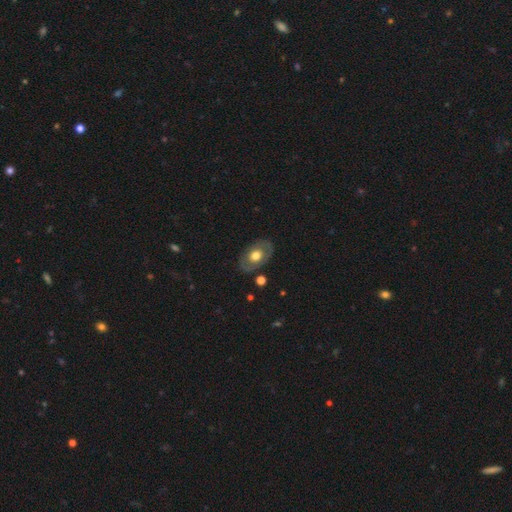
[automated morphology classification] smooth-or-featured: smooth: 51% | featured or disk: 43% | star or artifact: 6%
  how-rounded: in between: 81% | round: 18% | cigar-shaped: 1%
  merging: none: 82% | minor disturbance: 13% | major disturbance: 4% | merger: 2%